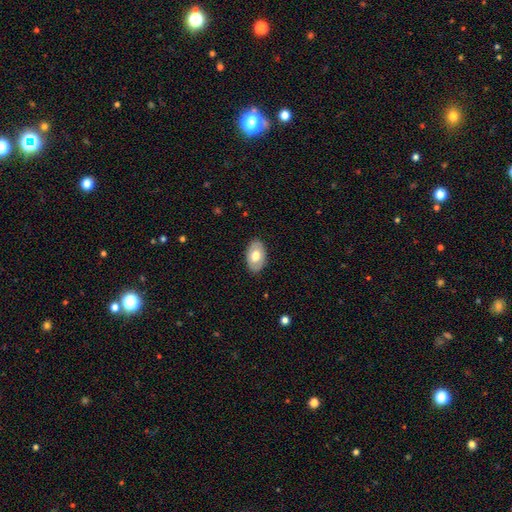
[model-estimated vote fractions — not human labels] Smooth or featured: smooth — 62% (featured or disk — 33%)
How rounded: in between — 89% (round — 10%)
Merging: none — 86% (minor disturbance — 11%)